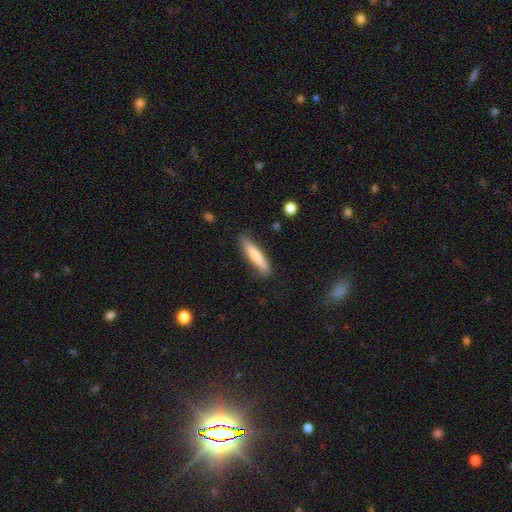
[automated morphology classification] Q: Smooth or featured?
A: smooth (75%); runner-up: featured or disk (20%)
Q: How rounded?
A: cigar-shaped (86%); runner-up: in between (12%)
Q: Merging?
A: none (83%); runner-up: minor disturbance (13%)